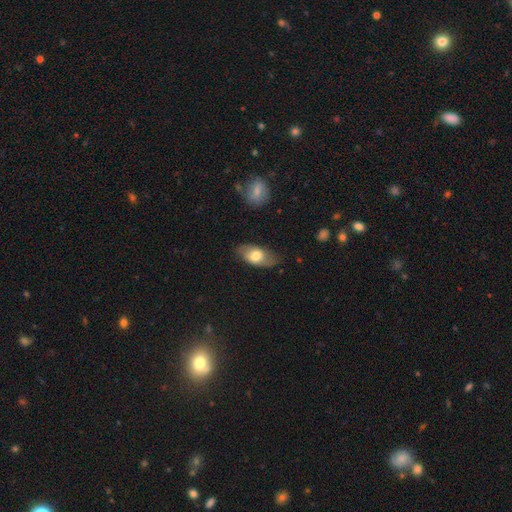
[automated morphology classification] Overall: smooth (66%; featured or disk 28%). How rounded: in between (90%). Merging: none (75%).